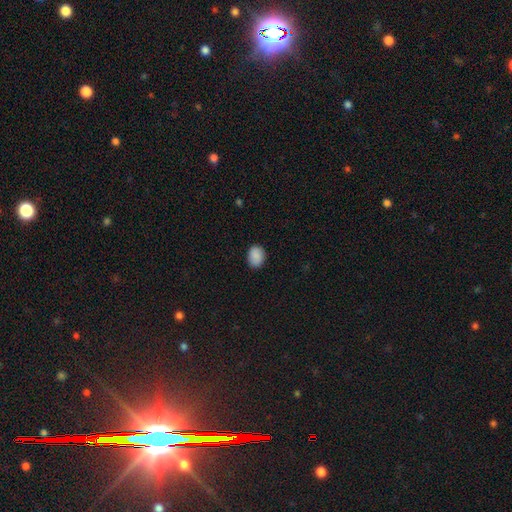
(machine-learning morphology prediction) This is clearly a smooth galaxy (88%). How rounded: possibly in between (57%). Merging: clearly none (88%).